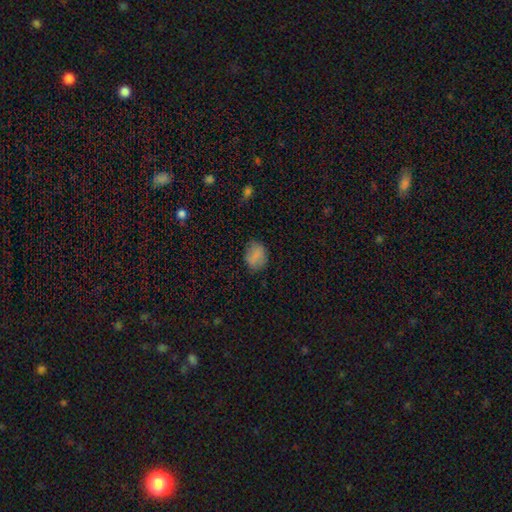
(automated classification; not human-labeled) Q: Smooth or featured?
A: smooth (80%); runner-up: featured or disk (10%)
Q: How rounded?
A: in between (53%); runner-up: round (45%)
Q: Merging?
A: none (77%); runner-up: minor disturbance (17%)